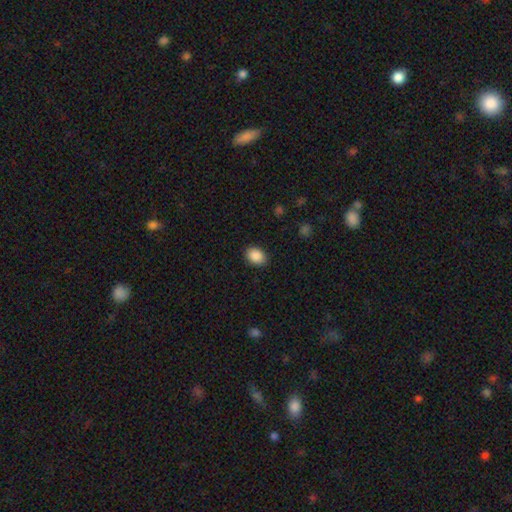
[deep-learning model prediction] This appears to be a smooth galaxy with no disk features (89%) that is in between round and cigar-shaped (71%). Merging: none (89%).